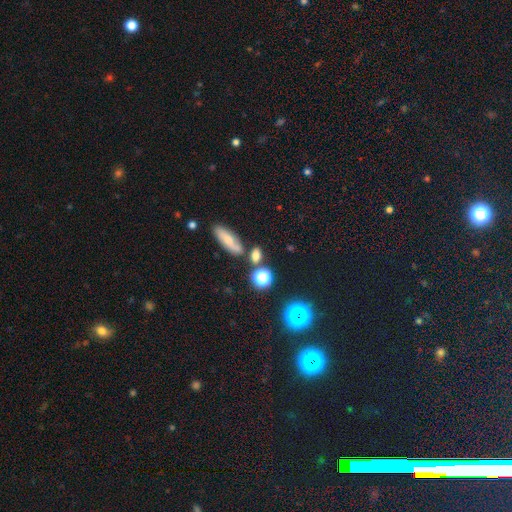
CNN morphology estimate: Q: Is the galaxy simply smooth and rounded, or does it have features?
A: smooth — 68%.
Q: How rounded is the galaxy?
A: in between — 45%.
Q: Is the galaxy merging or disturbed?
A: none — 65%.